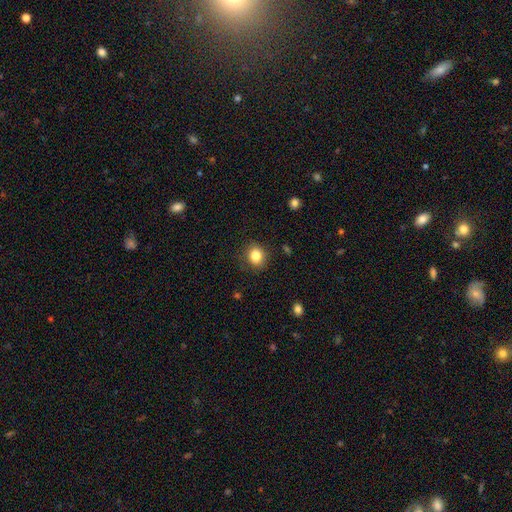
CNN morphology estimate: Smooth or featured?
  - smooth: 84% *
  - star or artifact: 10%
  - featured or disk: 6%
How rounded?
  - round: 67% *
  - in between: 32%
  - cigar-shaped: 1%
Merging?
  - none: 85% *
  - minor disturbance: 11%
  - major disturbance: 3%
  - merger: 1%